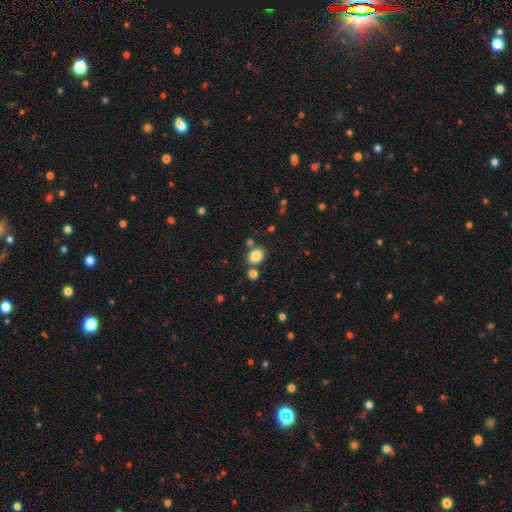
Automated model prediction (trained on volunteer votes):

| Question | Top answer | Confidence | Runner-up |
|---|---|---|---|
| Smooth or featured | smooth | 83% | star or artifact (10%) |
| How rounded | round | 50% | in between (49%) |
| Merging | none | 70% | merger (17%) |